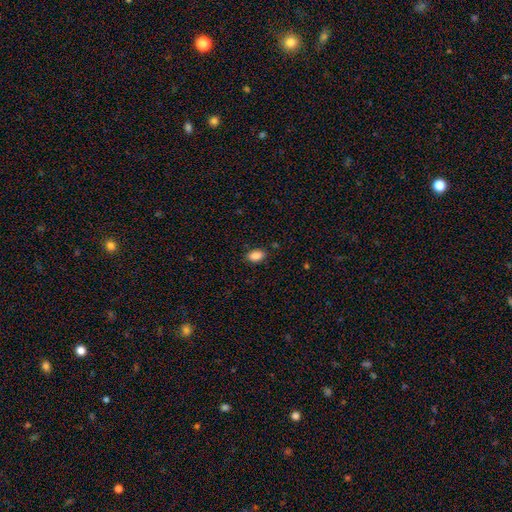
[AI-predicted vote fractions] Smooth or featured: smooth — 87% (star or artifact — 8%)
How rounded: in between — 90% (round — 8%)
Merging: none — 87% (minor disturbance — 9%)